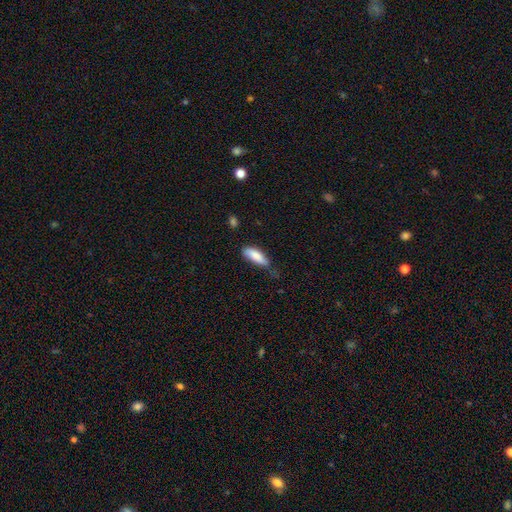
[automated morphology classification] smooth-or-featured: smooth: 85% | featured or disk: 9% | star or artifact: 6%
  how-rounded: in between: 65% | cigar-shaped: 33% | round: 2%
  merging: none: 45% | minor disturbance: 41% | major disturbance: 11% | merger: 3%